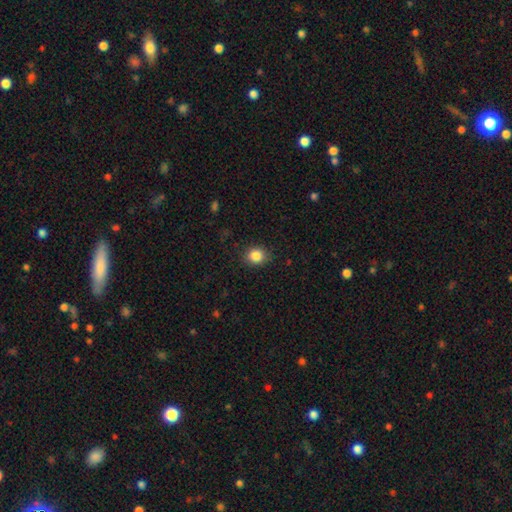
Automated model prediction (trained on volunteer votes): smooth-or-featured: smooth: 86% | star or artifact: 10% | featured or disk: 4%
  how-rounded: round: 71% | in between: 28% | cigar-shaped: 1%
  merging: none: 86% | minor disturbance: 10% | major disturbance: 3% | merger: 1%